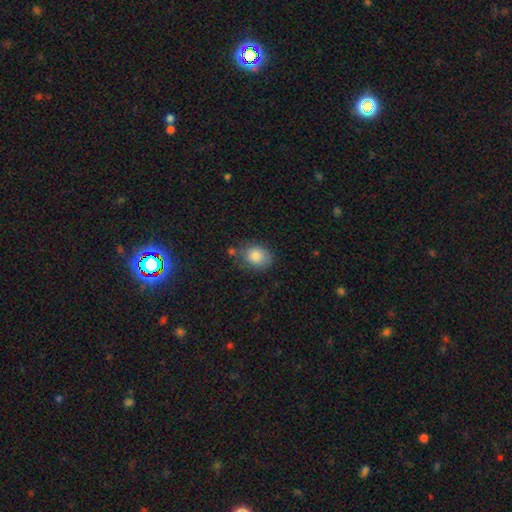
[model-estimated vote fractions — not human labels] This appears to be a smooth galaxy with no disk features (85%) that is in between round and cigar-shaped (51%). Merging: none (67%).